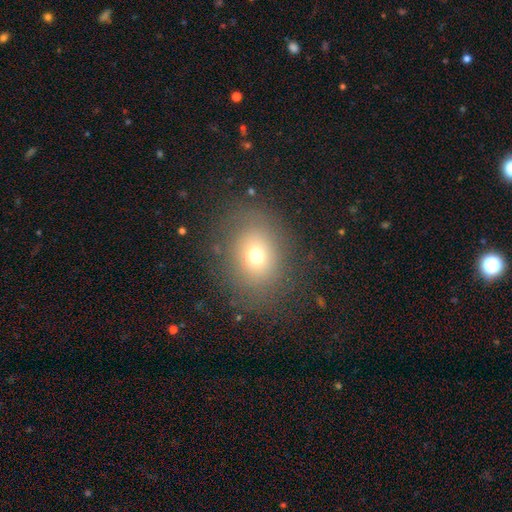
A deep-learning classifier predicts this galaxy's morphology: smooth_or_featured: smooth (p=0.68) [alt: star or artifact p=0.17]
how_rounded: round (p=0.57) [alt: in between p=0.42]
merging: none (p=0.80) [alt: minor disturbance p=0.12]